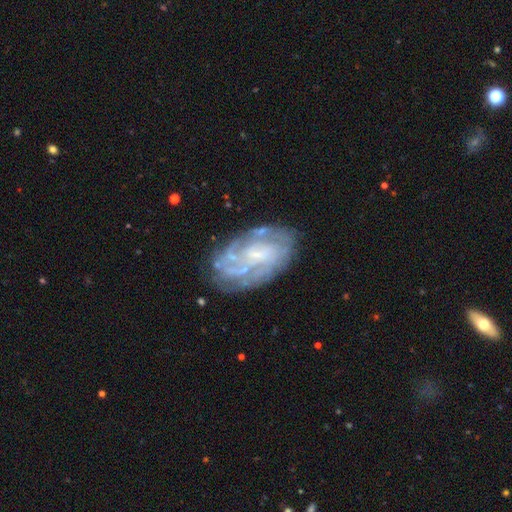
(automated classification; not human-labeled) Smooth or featured: featured or disk — 77% (smooth — 15%)
Edge-on disk: no — 96% (yes — 4%)
Bar: no — 57% (weak — 34%)
Spiral arms: yes — 81% (no — 19%)
Spiral winding: tight — 58% (medium — 31%)
Spiral arm count: can't tell — 49% (2 — 13%)
Bulge size: small — 55% (none — 22%)
Merging: none — 69% (minor disturbance — 19%)